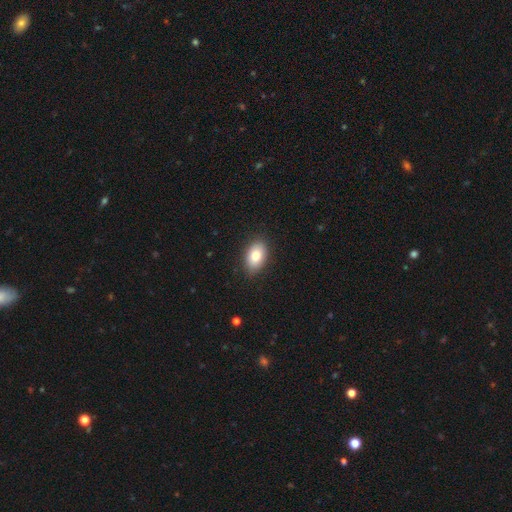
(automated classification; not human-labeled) Smooth or featured?
  - smooth: 81% *
  - featured or disk: 12%
  - star or artifact: 7%
How rounded?
  - in between: 90% *
  - round: 8%
  - cigar-shaped: 1%
Merging?
  - none: 87% *
  - minor disturbance: 10%
  - major disturbance: 2%
  - merger: 1%